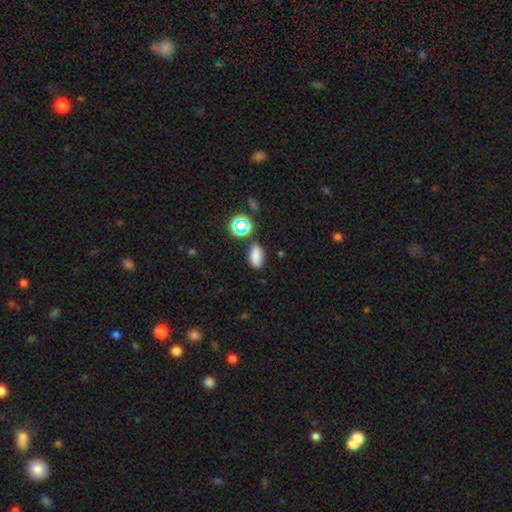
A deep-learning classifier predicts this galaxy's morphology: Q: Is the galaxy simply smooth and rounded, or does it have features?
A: smooth — 77%.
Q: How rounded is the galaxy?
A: in between — 90%.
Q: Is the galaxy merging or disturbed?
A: none — 80%.